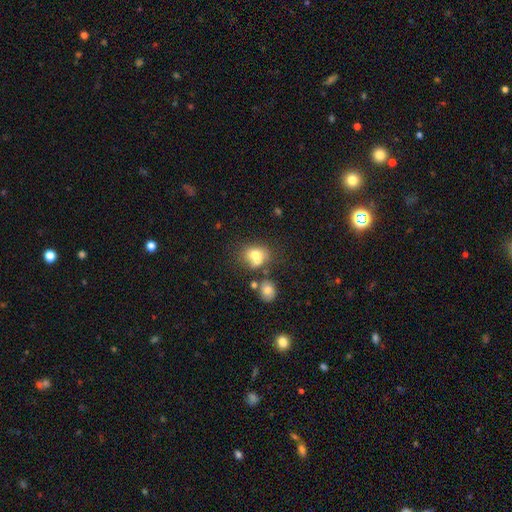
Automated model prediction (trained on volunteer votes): smooth_or_featured: smooth (p=0.69) [alt: featured or disk p=0.18]
how_rounded: round (p=0.53) [alt: in between p=0.46]
merging: merger (p=0.42) [alt: none p=0.35]